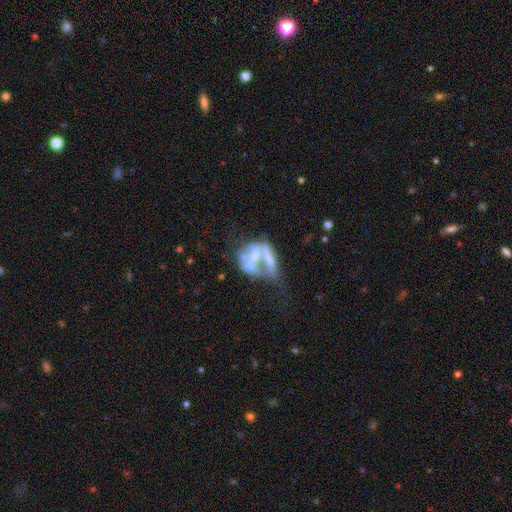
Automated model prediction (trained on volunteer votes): A featured or disk galaxy (63%) with no bar (79%), no spiral arms (89%) and no central bulge (42%).

Vote fractions:
- Smooth or featured? featured or disk: 63% / smooth: 26% / star or artifact: 11%
- Edge-on disk? no: 95% / yes: 5%
- Bar? no: 79% / weak: 12% / strong: 9%
- Spiral arms? no: 89% / yes: 11%
- Bulge size? none: 42% / moderate: 29% / small: 21% / large: 6% / dominant: 2%
- Merging? merger: 57% / major disturbance: 19% / none: 15% / minor disturbance: 9%